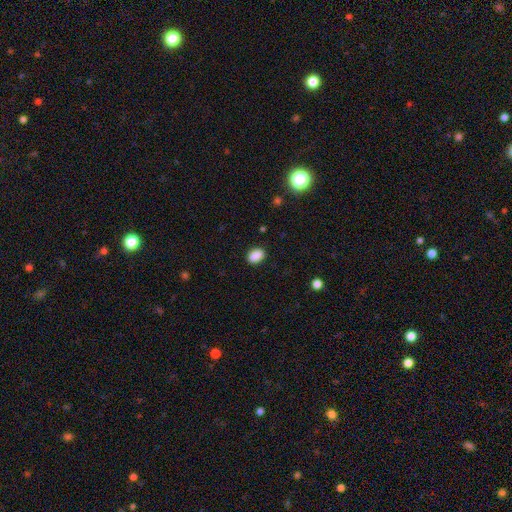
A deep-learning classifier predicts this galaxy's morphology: Smooth or featured?
  - smooth: 88% *
  - star or artifact: 9%
  - featured or disk: 3%
How rounded?
  - in between: 84% *
  - round: 14%
  - cigar-shaped: 2%
Merging?
  - none: 87% *
  - minor disturbance: 9%
  - major disturbance: 2%
  - merger: 1%